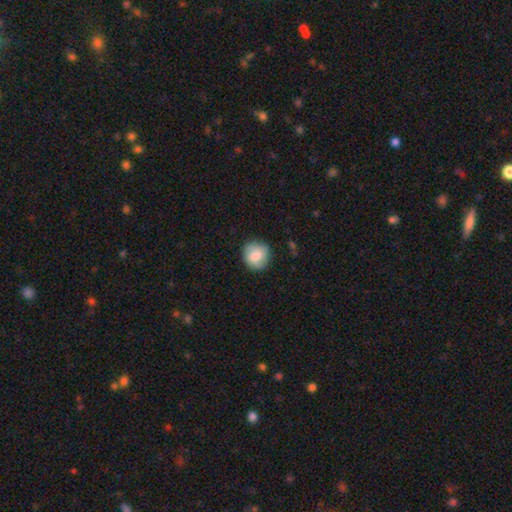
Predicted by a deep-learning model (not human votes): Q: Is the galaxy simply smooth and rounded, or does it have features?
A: smooth — 74%.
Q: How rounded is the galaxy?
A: round — 89%.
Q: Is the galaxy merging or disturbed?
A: none — 83%.